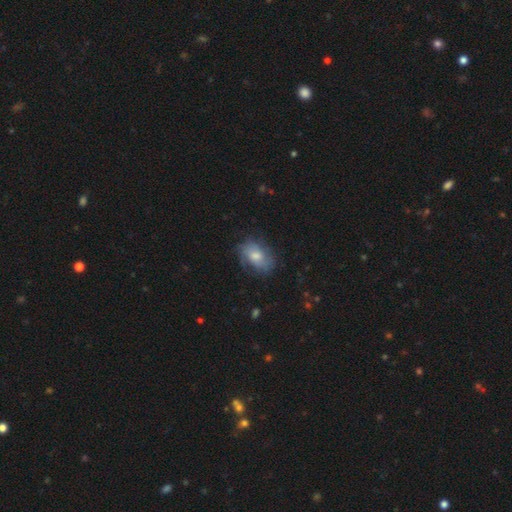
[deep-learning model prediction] Smooth or featured? Predicted: smooth (p=0.47). Merging? Predicted: none (p=0.63).